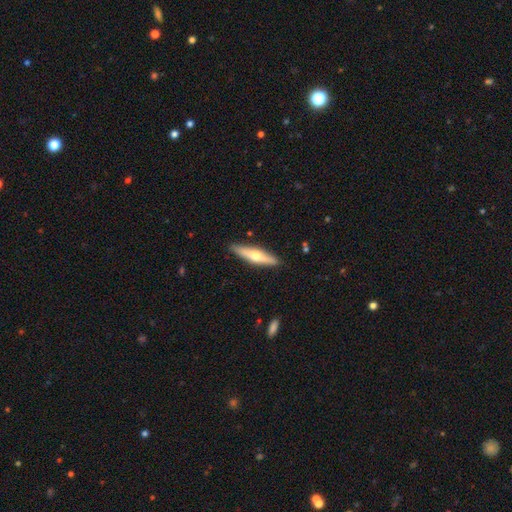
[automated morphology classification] Smooth or featured? featured or disk (52%)
Edge-on disk? yes (92%)
Merging? none (89%)